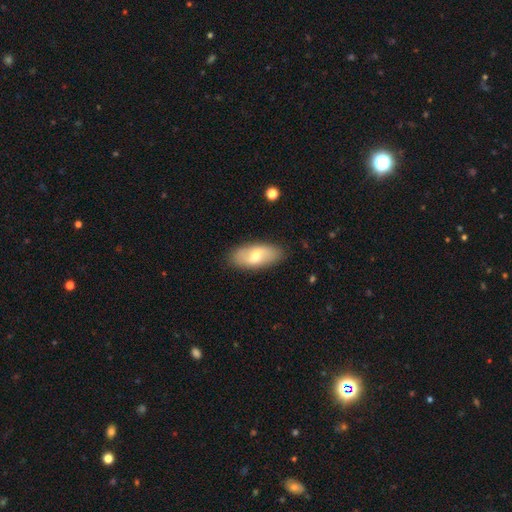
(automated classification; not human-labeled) Smooth or featured? Predicted: smooth (p=0.58). How rounded? Predicted: in between (p=0.89). Merging? Predicted: none (p=0.86).